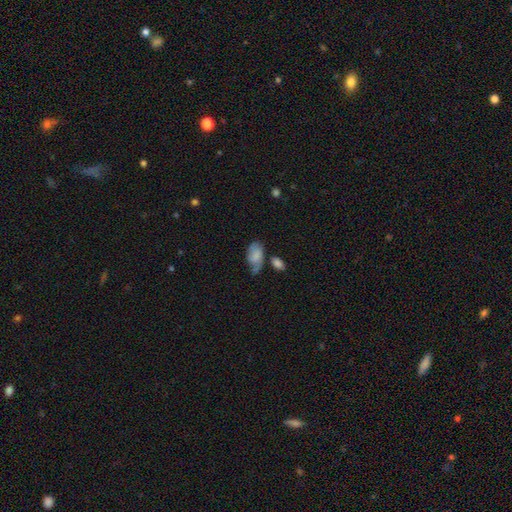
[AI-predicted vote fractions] smooth 67%, featured or disk 24%, star or artifact 9%. Down the decision tree: how rounded — in between (92%); merging — none (39%).